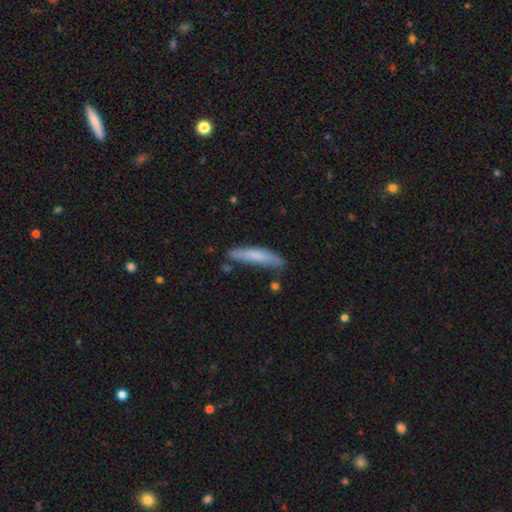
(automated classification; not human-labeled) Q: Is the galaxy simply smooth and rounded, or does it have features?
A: smooth — 72%.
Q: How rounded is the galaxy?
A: cigar-shaped — 88%.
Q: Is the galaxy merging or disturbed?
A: none — 70%.